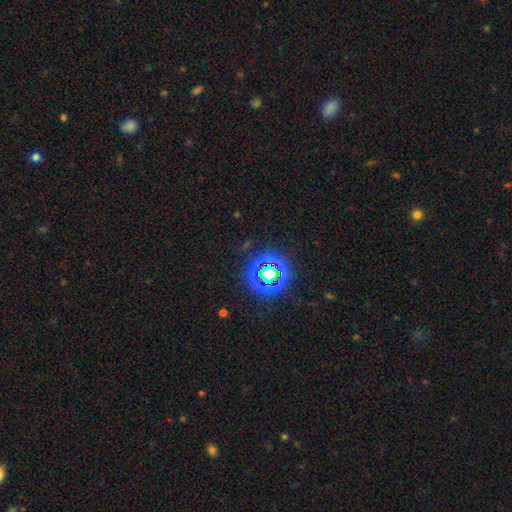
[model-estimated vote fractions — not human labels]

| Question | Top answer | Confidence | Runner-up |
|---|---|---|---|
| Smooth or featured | star or artifact | 52% | smooth (40%) |